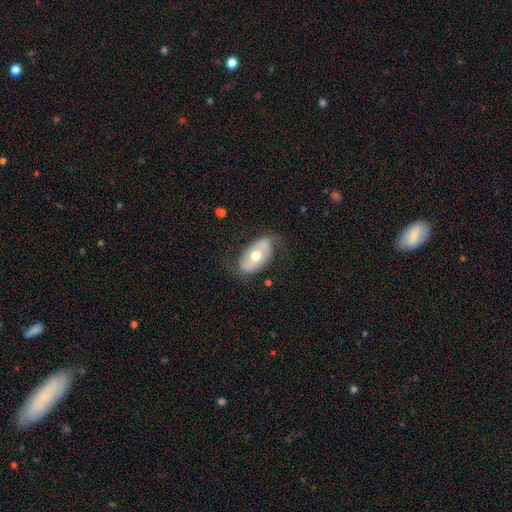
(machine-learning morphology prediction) featured or disk 49%, smooth 45%, star or artifact 6%. Down the decision tree: merging — none (71%).